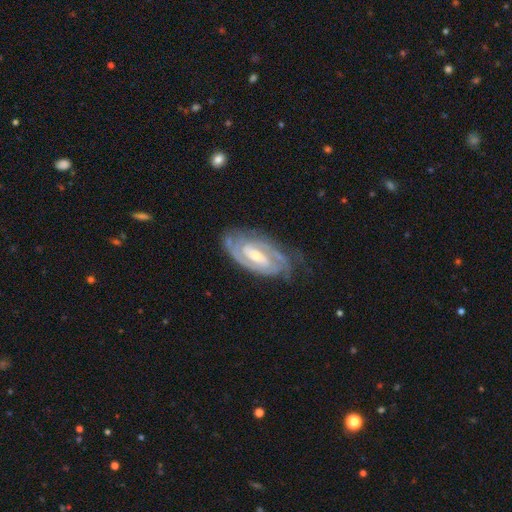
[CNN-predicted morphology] type=featured or disk (90%); edge-on=no (96%); bar=weak (47%); spiral arms=yes (97%); winding=tight (68%); arm count=2 (69%); bulge=small (54%); merging=none (73%).